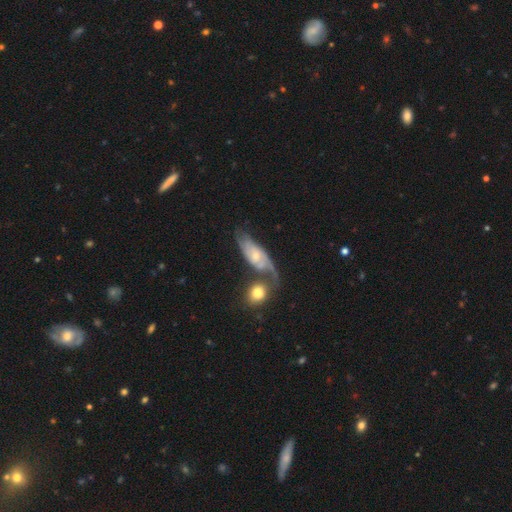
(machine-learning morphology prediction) The model was most divided on "merging": none: 35%, merger: 32%, minor disturbance: 19%, major disturbance: 14%. Remaining: edge-on disk — no (88%); spiral arms — yes (88%); smooth or featured — featured or disk (67%); bar — no (65%); spiral arm count — 2 (63%); bulge size — small (54%); spiral winding — medium (40%).